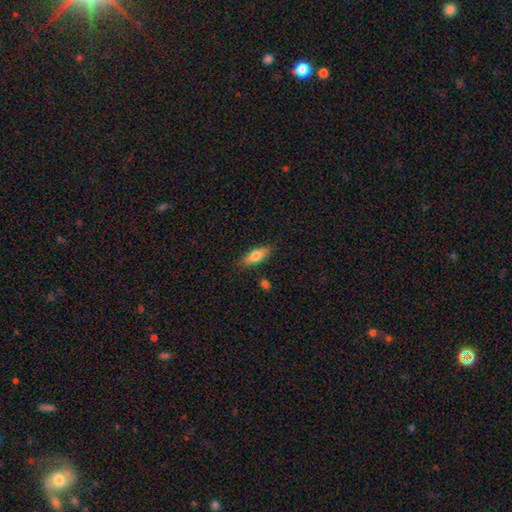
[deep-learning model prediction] smooth-or-featured: smooth: 76% | featured or disk: 18% | star or artifact: 7%
  how-rounded: in between: 70% | cigar-shaped: 27% | round: 3%
  merging: none: 82% | minor disturbance: 13% | major disturbance: 3% | merger: 3%